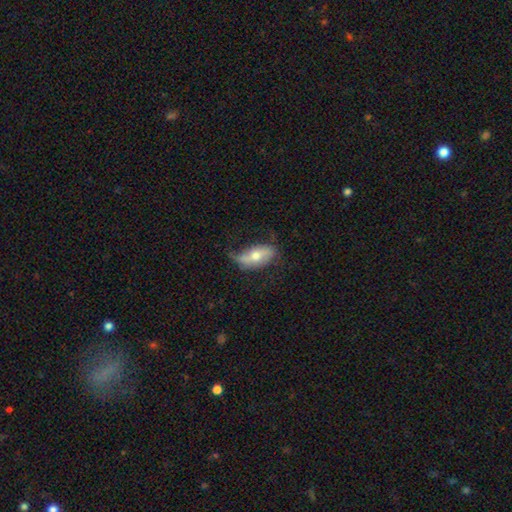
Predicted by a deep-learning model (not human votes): A featured or disk galaxy (53%). Merging: none (53%).